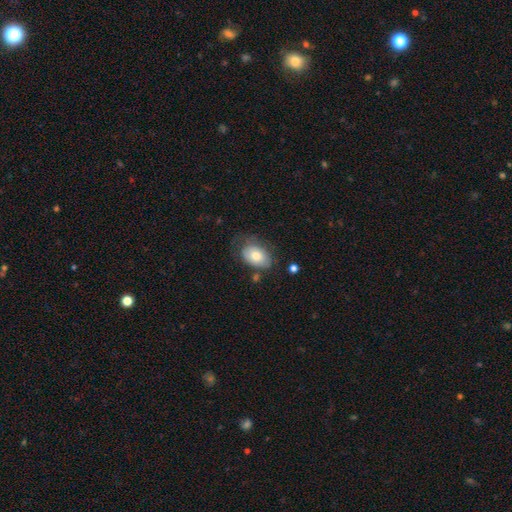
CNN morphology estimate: A smooth galaxy with no disk features (71%) that is in between round and cigar-shaped (85%). Merging: none (52%).